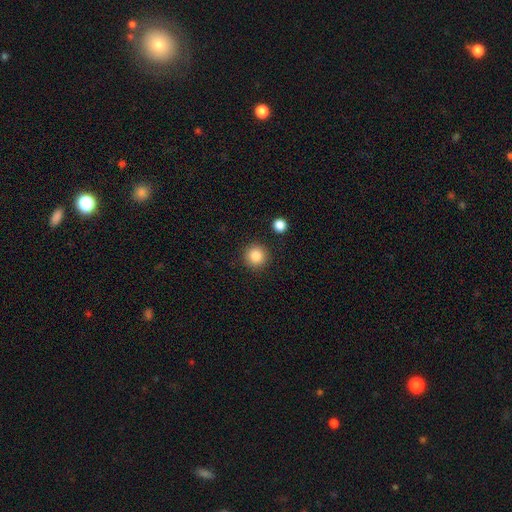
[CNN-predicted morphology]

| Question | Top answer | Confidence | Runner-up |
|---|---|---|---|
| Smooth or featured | smooth | 86% | star or artifact (10%) |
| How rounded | round | 95% | in between (4%) |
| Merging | none | 90% | minor disturbance (6%) |